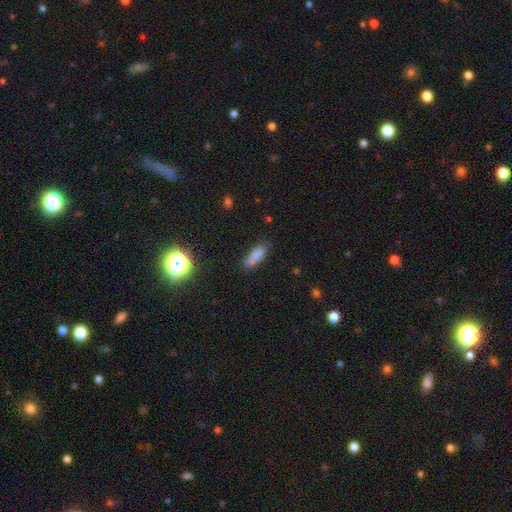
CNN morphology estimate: Q: Smooth or featured?
A: smooth (80%); runner-up: star or artifact (11%)
Q: How rounded?
A: in between (61%); runner-up: cigar-shaped (37%)
Q: Merging?
A: none (69%); runner-up: minor disturbance (19%)